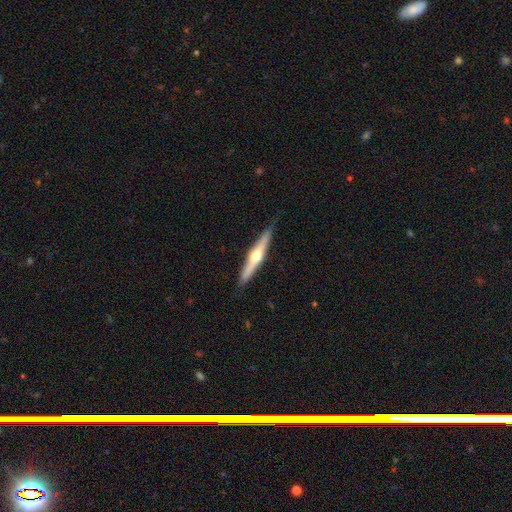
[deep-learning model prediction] A featured or disk galaxy (65%) viewed edge-on (96%) with a rounded central bulge (92%). Merging: none (86%).